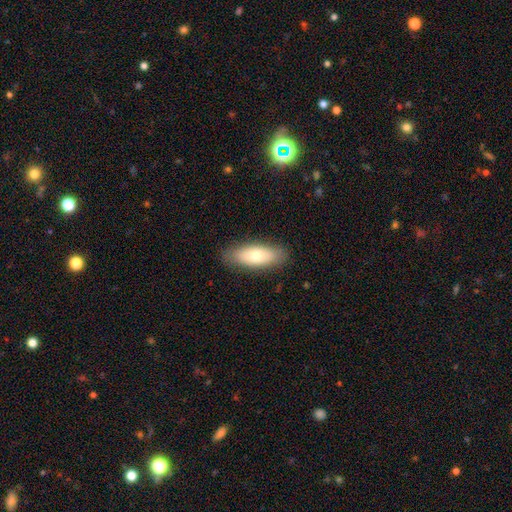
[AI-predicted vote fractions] Smooth or featured? smooth (71%)
How rounded? in between (77%)
Merging? none (85%)